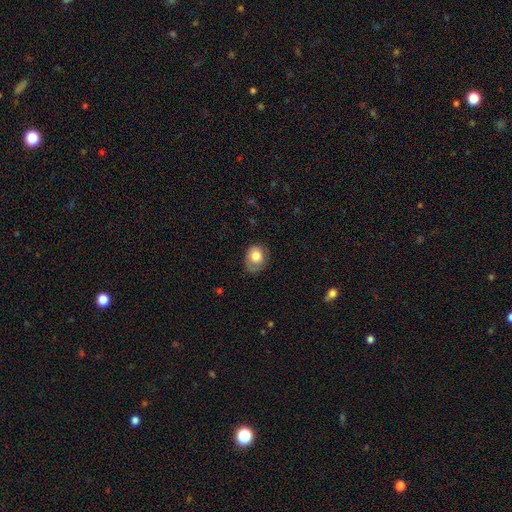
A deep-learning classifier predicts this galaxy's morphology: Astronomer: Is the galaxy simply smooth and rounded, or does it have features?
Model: smooth — 75%.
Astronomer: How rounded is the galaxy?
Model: round — 55% (runner-up: in between, 45%).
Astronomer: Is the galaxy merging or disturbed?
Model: none — 63%.